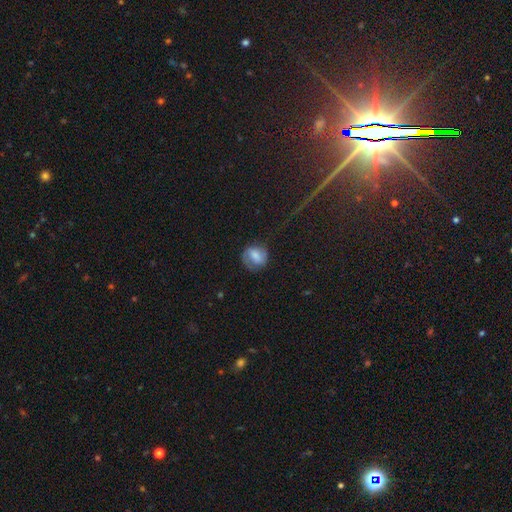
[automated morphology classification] This appears to be a smooth galaxy with no disk features (57%) that is round (68%). Merging: none (68%).